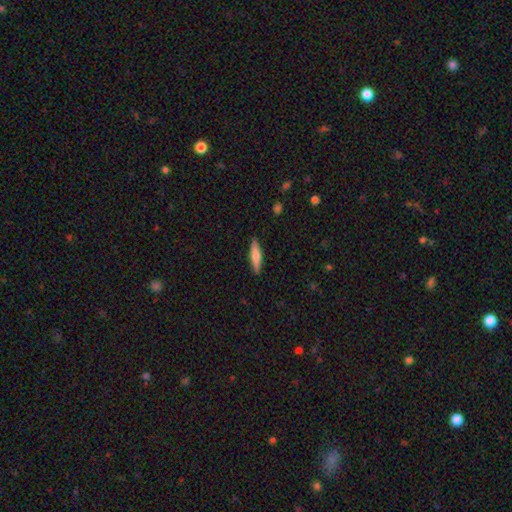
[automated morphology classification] type=smooth (60%); roundness=cigar-shaped (84%); merging=none (90%).